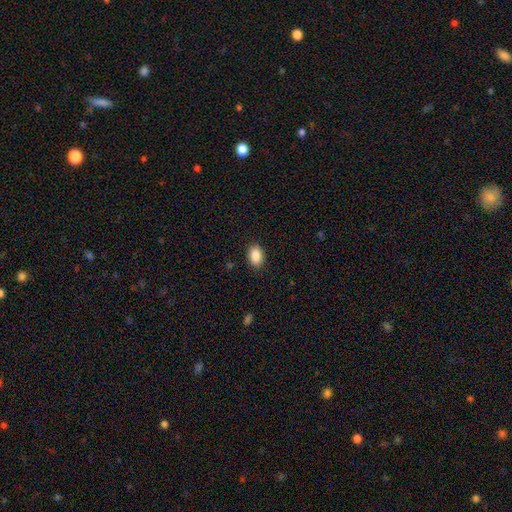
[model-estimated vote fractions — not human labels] smooth_or_featured: smooth (p=0.89) [alt: star or artifact p=0.07]
how_rounded: in between (p=0.87) [alt: round p=0.12]
merging: none (p=0.88) [alt: minor disturbance p=0.08]